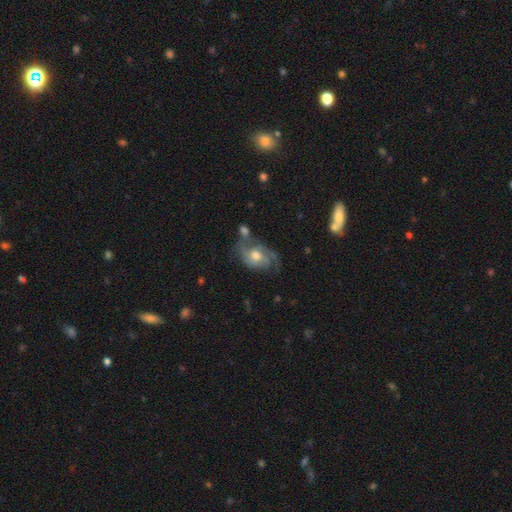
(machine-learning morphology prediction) A featured or disk galaxy (73%) with no bar (70%), 2 (54%) medium (45%) spiral arms (89%) and a moderate central bulge (71%). Merging: none (47%).